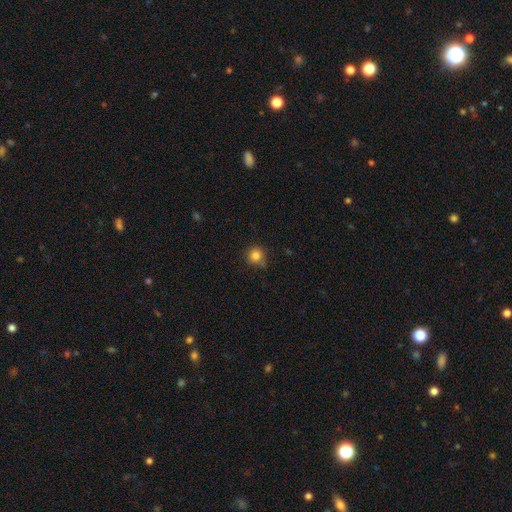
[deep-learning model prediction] smooth_or_featured: smooth (p=0.83) [alt: star or artifact p=0.12]
how_rounded: round (p=0.93) [alt: in between p=0.06]
merging: none (p=0.76) [alt: minor disturbance p=0.17]